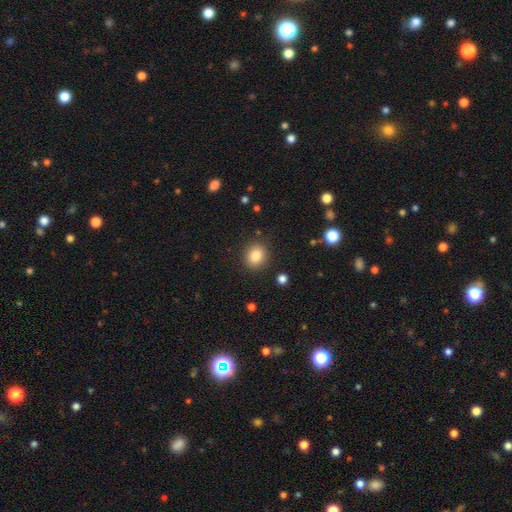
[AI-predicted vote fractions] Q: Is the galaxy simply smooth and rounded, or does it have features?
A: smooth — 85%.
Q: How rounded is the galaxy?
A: round — 69%.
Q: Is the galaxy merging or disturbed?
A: none — 87%.